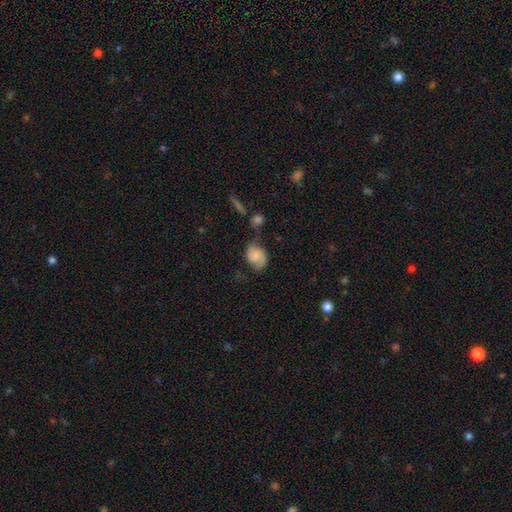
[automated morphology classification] Overall: smooth (57%; featured or disk 33%). How rounded: in between (54%; round 44%). Merging: none (41%; minor disturbance 29%).